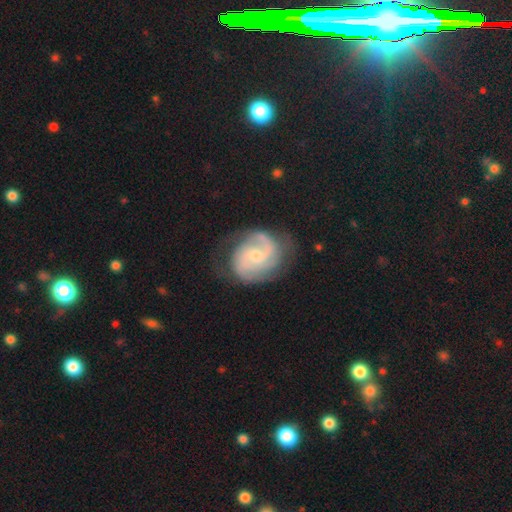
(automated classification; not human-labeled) A featured or disk galaxy (88%) with no bar (52%), 2 (66%) medium (47%) spiral arms (97%) and a small central bulge (53%). Merging: none (71%).